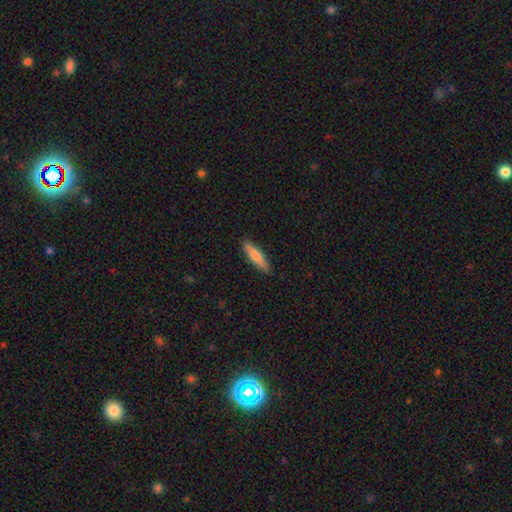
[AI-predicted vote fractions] Smooth or featured? Predicted: smooth (p=0.70). How rounded? Predicted: cigar-shaped (p=0.79). Merging? Predicted: none (p=0.89).